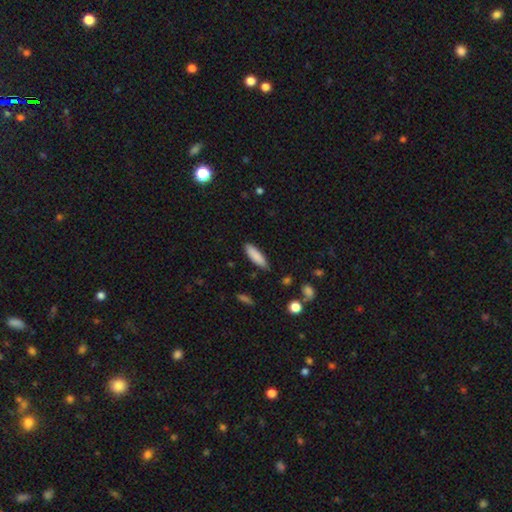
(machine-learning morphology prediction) A smooth galaxy with no disk features (87%) that is cigar-shaped (54%). Merging: none (84%).